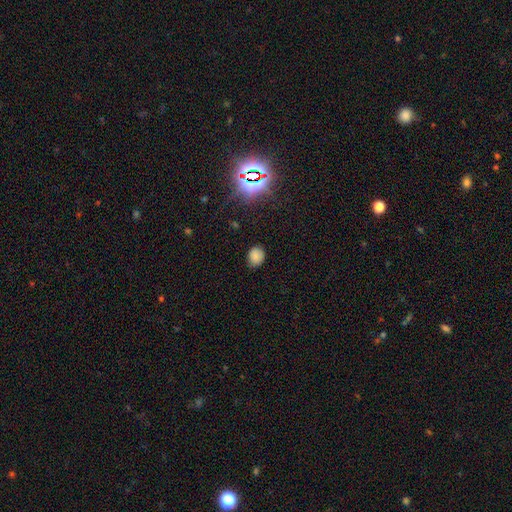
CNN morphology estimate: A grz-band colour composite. It shows a smooth galaxy with no disk features (79%) that is round (59%). Merging: none (81%).